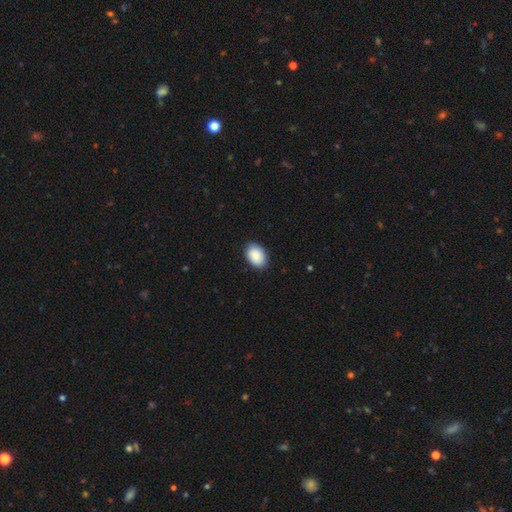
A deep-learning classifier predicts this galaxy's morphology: The model was most divided on "how rounded": in between: 82%, round: 17%, cigar-shaped: 1%. More confident: smooth or featured — smooth (87%); merging — none (86%).